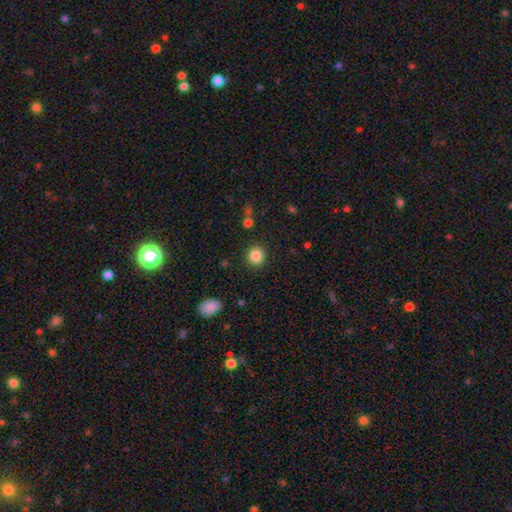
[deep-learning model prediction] This appears to be a smooth galaxy with no disk features (86%) that is round (87%). Merging: none (90%).